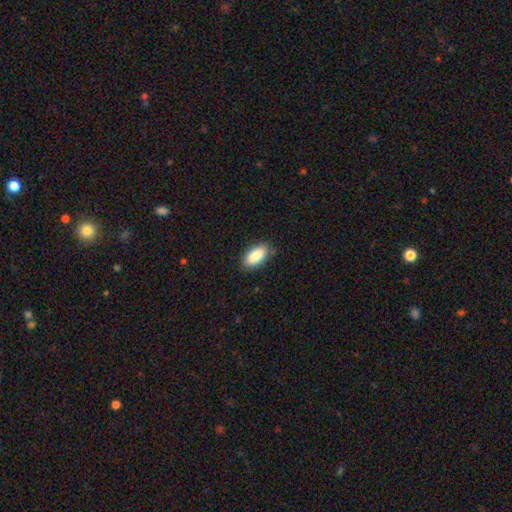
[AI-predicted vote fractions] Smooth or featured? smooth (88%)
How rounded? in between (90%)
Merging? none (85%)